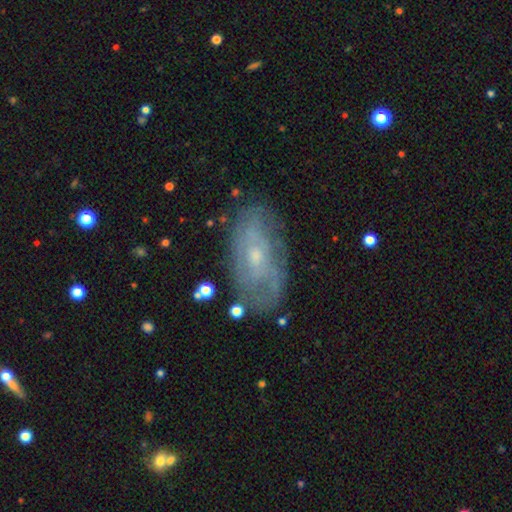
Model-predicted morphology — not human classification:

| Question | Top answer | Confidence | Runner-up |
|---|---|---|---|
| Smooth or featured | featured or disk | 68% | smooth (24%) |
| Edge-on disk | no | 92% | yes (8%) |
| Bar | no | 72% | weak (24%) |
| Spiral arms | yes | 71% | no (29%) |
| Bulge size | small | 66% | moderate (29%) |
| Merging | none | 72% | minor disturbance (19%) |